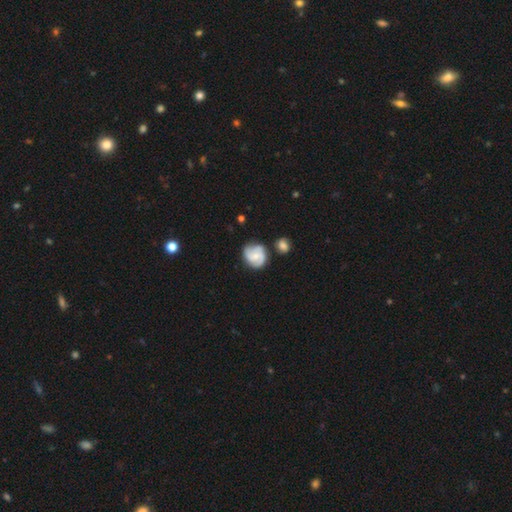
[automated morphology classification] smooth_or_featured: featured or disk (p=0.70) [alt: smooth p=0.24]
disk_edge_on: no (p=0.98) [alt: yes p=0.02]
bar: no (p=0.59) [alt: weak p=0.35]
has_spiral_arms: yes (p=0.95) [alt: no p=0.05]
spiral_winding: medium (p=0.47) [alt: tight p=0.36]
spiral_arm_count: 2 (p=0.48) [alt: 3 p=0.34]
bulge_size: small (p=0.53) [alt: moderate p=0.38]
merging: none (p=0.68) [alt: minor disturbance p=0.19]